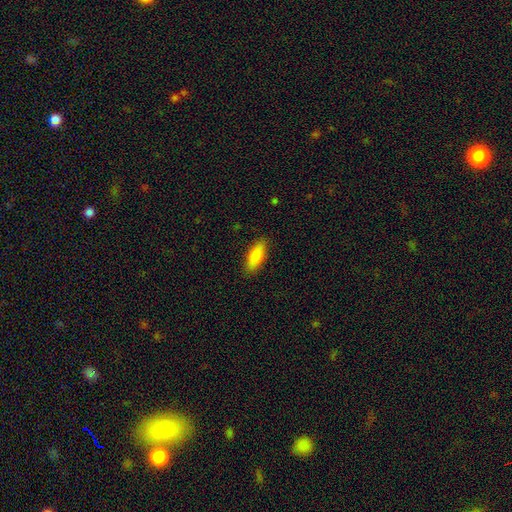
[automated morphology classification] smooth_or_featured: smooth (p=0.80) [alt: featured or disk p=0.13]
how_rounded: in between (p=0.74) [alt: cigar-shaped p=0.23]
merging: none (p=0.88) [alt: minor disturbance p=0.09]